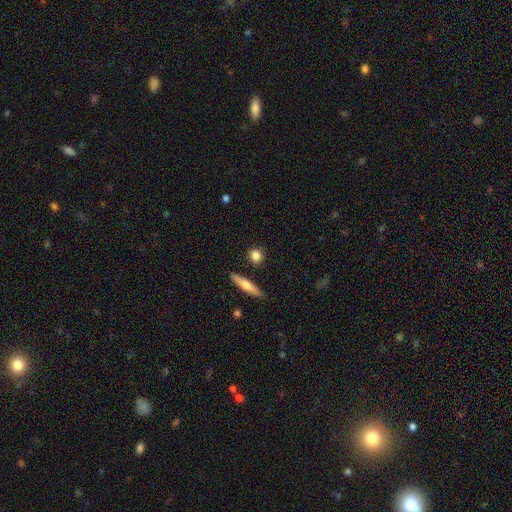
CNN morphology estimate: Smooth or featured? smooth (80%)
How rounded? round (73%)
Merging? none (86%)